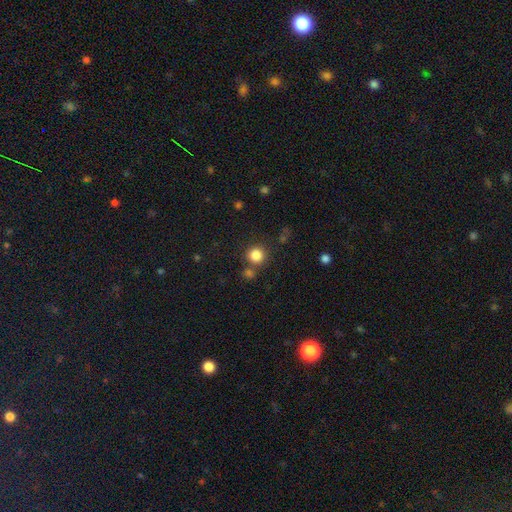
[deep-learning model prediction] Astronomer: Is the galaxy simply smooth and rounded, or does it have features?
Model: smooth — 84%.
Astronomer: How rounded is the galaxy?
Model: round — 92%.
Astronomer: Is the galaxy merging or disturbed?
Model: none — 78%.